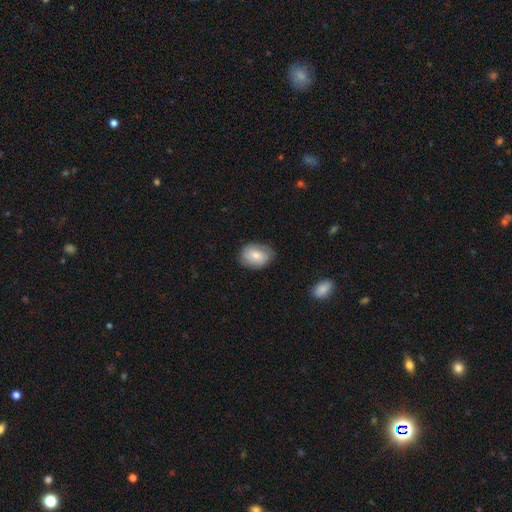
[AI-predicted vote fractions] The model was most divided on "how rounded": in between: 70%, round: 29%, cigar-shaped: 1%. More confident: merging — none (74%); smooth or featured — smooth (67%).